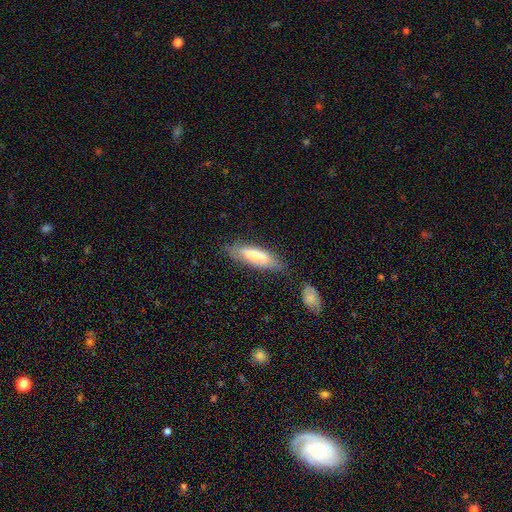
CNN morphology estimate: smooth_or_featured: smooth (p=0.73) [alt: featured or disk p=0.21]
how_rounded: cigar-shaped (p=0.61) [alt: in between p=0.37]
merging: none (p=0.71) [alt: minor disturbance p=0.20]